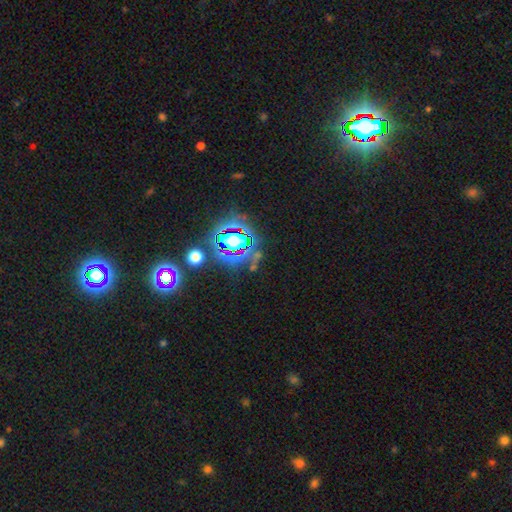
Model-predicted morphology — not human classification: Smooth or featured?
  - star or artifact: 76% *
  - smooth: 13%
  - featured or disk: 11%